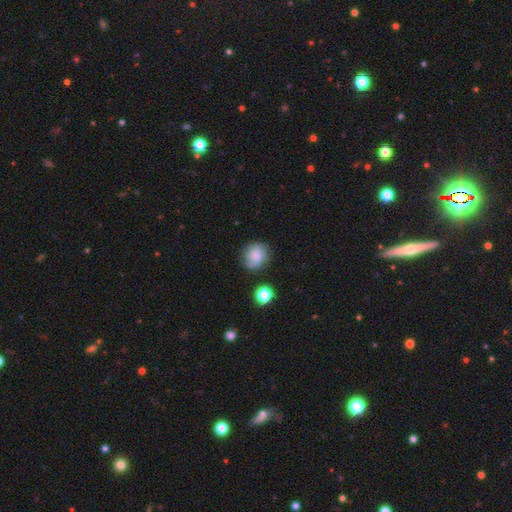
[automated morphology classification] This appears to be a smooth galaxy with no disk features (68%) that is round (76%). Merging: none (70%).